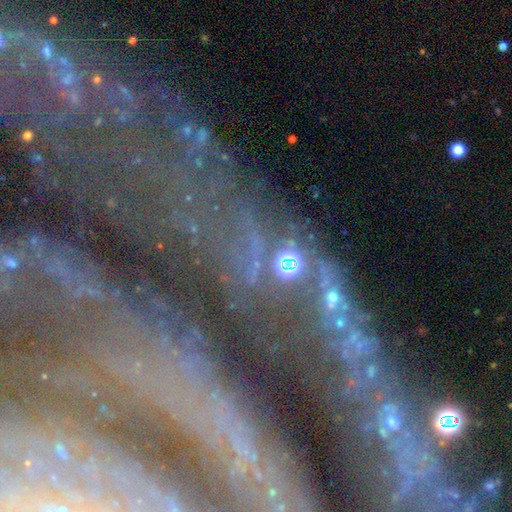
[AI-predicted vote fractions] smooth-or-featured: star or artifact: 55% | featured or disk: 30% | smooth: 15%